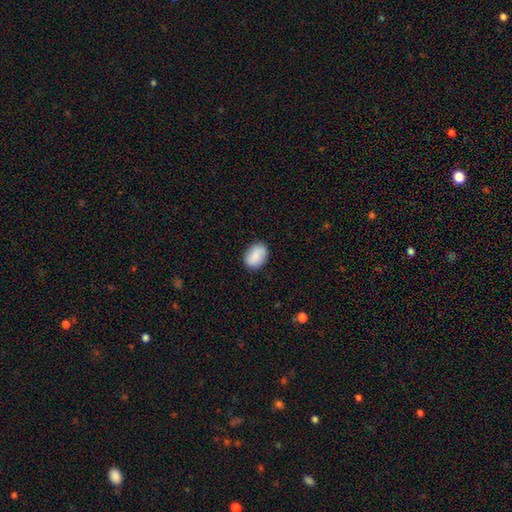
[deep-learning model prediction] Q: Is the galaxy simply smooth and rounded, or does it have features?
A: smooth — 83%.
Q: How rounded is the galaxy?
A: in between — 76%.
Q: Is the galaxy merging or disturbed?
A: none — 85%.